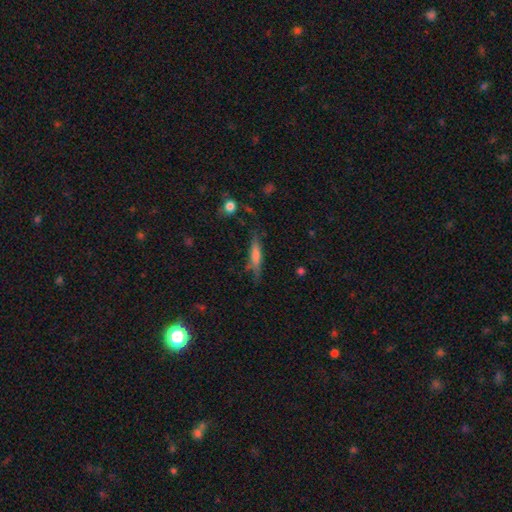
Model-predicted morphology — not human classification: This appears to be a smooth galaxy with no disk features (61%) that is cigar-shaped (83%). Merging: none (69%).